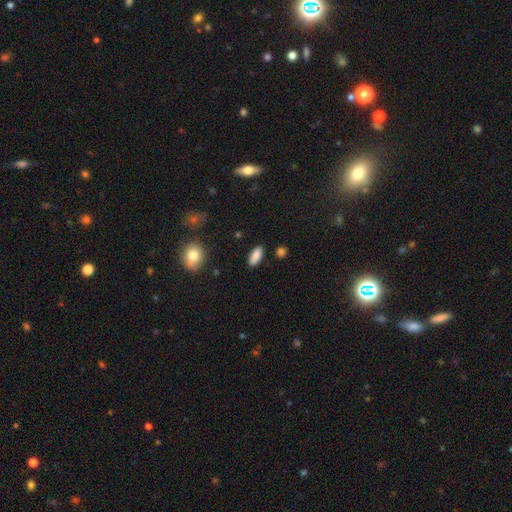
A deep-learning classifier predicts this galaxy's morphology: This appears to be a smooth galaxy with no disk features (88%) that is in between round and cigar-shaped (83%). Merging: none (87%).